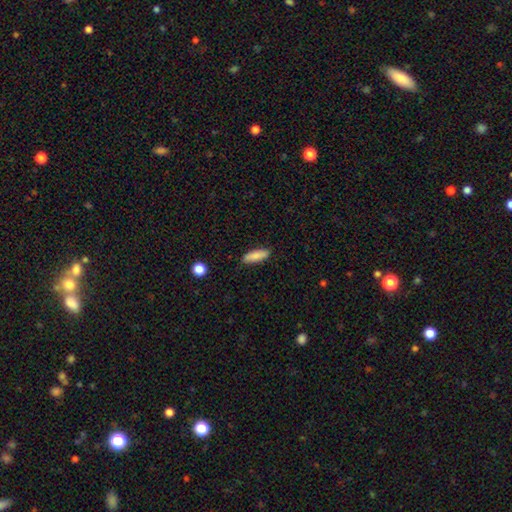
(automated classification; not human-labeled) smooth_or_featured: smooth (p=0.85) [alt: featured or disk p=0.08]
how_rounded: cigar-shaped (p=0.50) [alt: in between p=0.48]
merging: none (p=0.86) [alt: minor disturbance p=0.11]